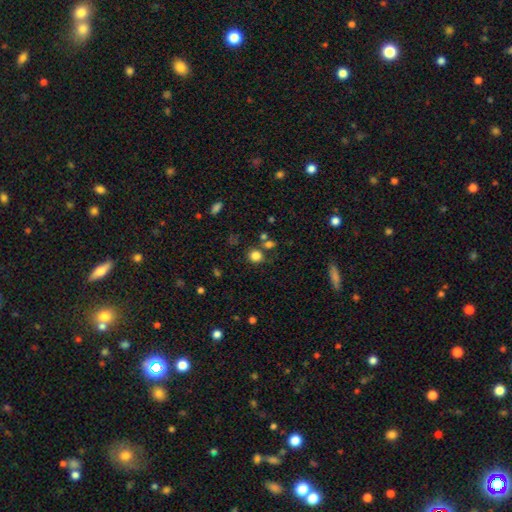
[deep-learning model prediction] This appears to be a smooth galaxy with no disk features (81%) that is round (86%). Merging: none (73%).